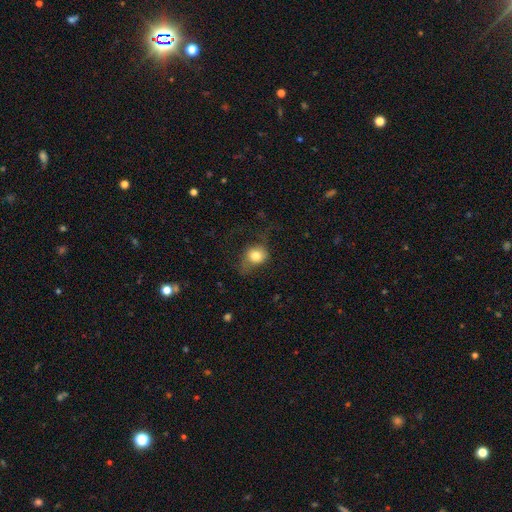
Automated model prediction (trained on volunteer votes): smooth 75%, featured or disk 15%, star or artifact 10%. Down the decision tree: how rounded — round (61%); merging — none (46%).